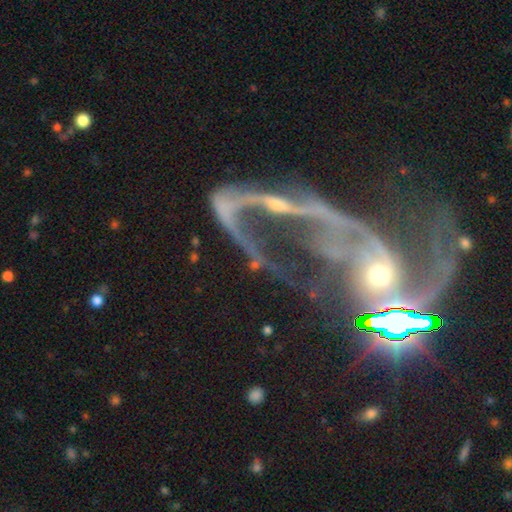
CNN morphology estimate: smooth-or-featured: featured or disk: 76% | star or artifact: 13% | smooth: 11%
  disk-edge-on: no: 88% | yes: 12%
    bar: no: 40% | strong: 34% | weak: 26%
    has-spiral-arms: yes: 79% | no: 21%
      spiral-winding: loose: 76% | medium: 16% | tight: 8%
      spiral-arm-count: 2: 71% | 1: 12% | can't tell: 7% | 3: 4% | 4: 3% | more than 4: 3%
    bulge-size: small: 58% | moderate: 24% | none: 12% | large: 4% | dominant: 3%
  merging: major disturbance: 30% (tied) | merger: 30% (tied) | none: 27% | minor disturbance: 13%